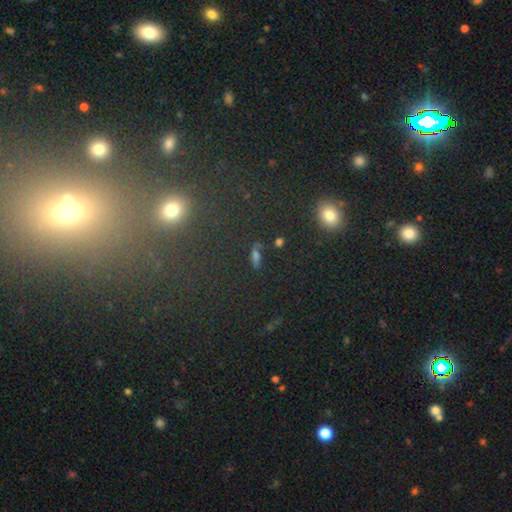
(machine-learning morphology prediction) Smooth or featured? Predicted: smooth (p=0.50). Merging? Predicted: none (p=0.82).